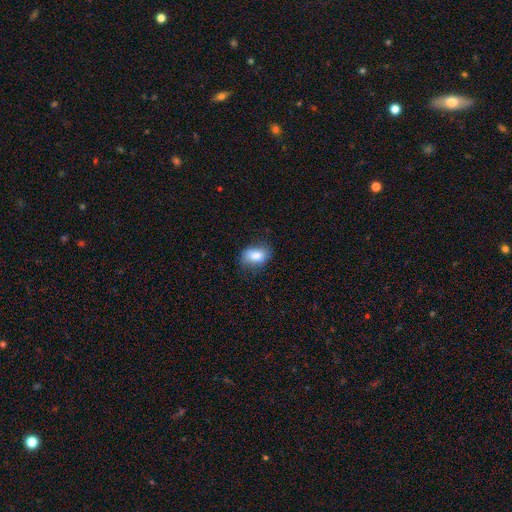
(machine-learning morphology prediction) type=smooth (79%); roundness=in between (79%); merging=none (67%).